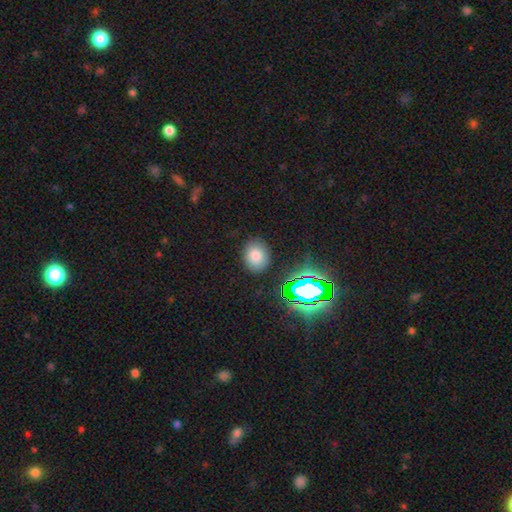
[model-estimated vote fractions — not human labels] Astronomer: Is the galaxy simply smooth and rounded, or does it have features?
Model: smooth — 75%.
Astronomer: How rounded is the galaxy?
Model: round — 66%.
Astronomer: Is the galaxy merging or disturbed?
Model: none — 84%.